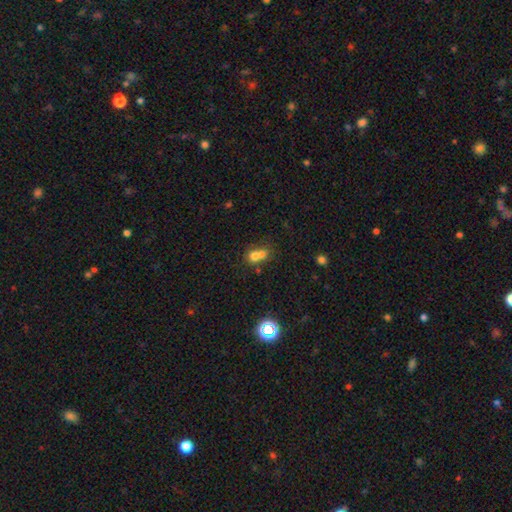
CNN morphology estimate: A smooth galaxy with no disk features (68%) that is round (72%).

Vote fractions:
- Smooth or featured? smooth: 68% / featured or disk: 16% / star or artifact: 16%
- How rounded? round: 72% / in between: 27% / cigar-shaped: 1%
- Merging? merger: 63% / none: 28% / minor disturbance: 6% / major disturbance: 3%